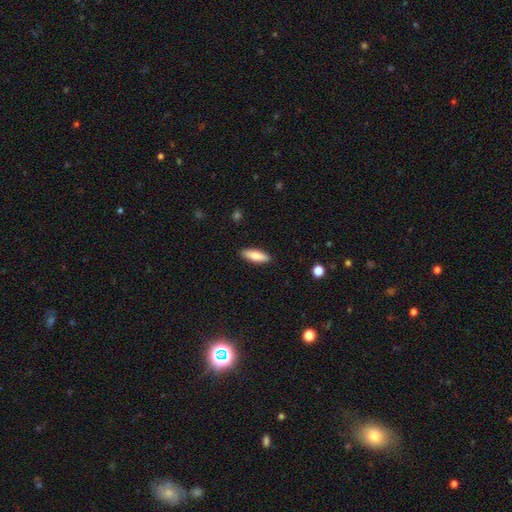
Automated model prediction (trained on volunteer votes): This appears to be a smooth galaxy with no disk features (81%) that is in between round and cigar-shaped (51%). Merging: none (89%).